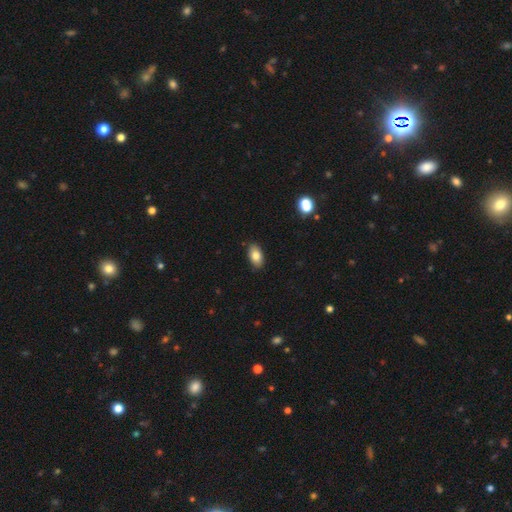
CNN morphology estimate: A smooth galaxy with no disk features (82%) that is in between round and cigar-shaped (92%).

Vote fractions:
- Smooth or featured? smooth: 82% / featured or disk: 9% / star or artifact: 8%
- How rounded? in between: 92% / round: 6% / cigar-shaped: 2%
- Merging? none: 86% / minor disturbance: 11% / major disturbance: 2% / merger: 1%